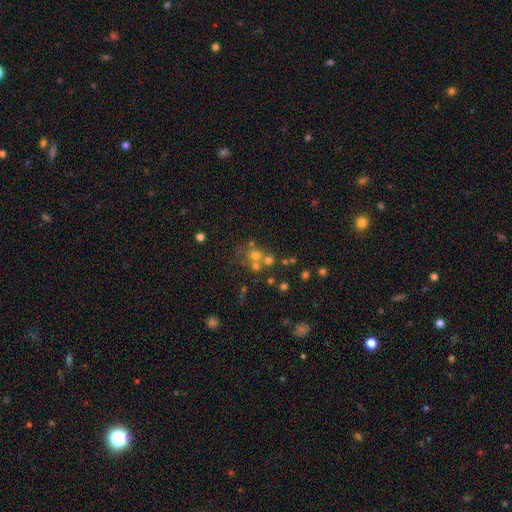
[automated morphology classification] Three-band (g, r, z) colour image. It shows a smooth galaxy with no disk features (55%) that is round (83%). Merging: none (46%).